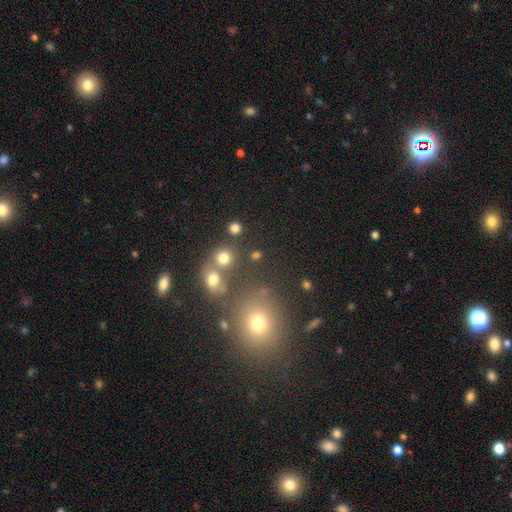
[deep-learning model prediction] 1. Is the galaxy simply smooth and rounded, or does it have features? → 68% smooth, 23% star or artifact, 9% featured or disk.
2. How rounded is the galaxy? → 83% round, 16% in between, 2% cigar-shaped.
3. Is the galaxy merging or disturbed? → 69% none, 18% merger, 8% minor disturbance, 5% major disturbance.